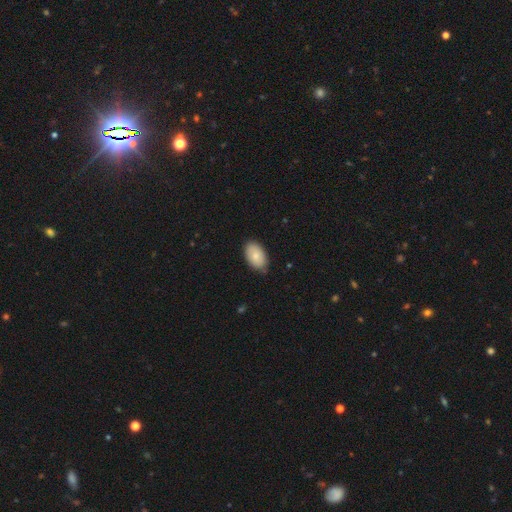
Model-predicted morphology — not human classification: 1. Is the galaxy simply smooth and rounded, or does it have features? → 82% smooth, 12% featured or disk, 6% star or artifact.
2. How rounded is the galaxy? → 92% in between, 7% round, 1% cigar-shaped.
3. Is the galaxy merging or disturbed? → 80% none, 16% minor disturbance, 2% major disturbance, 1% merger.